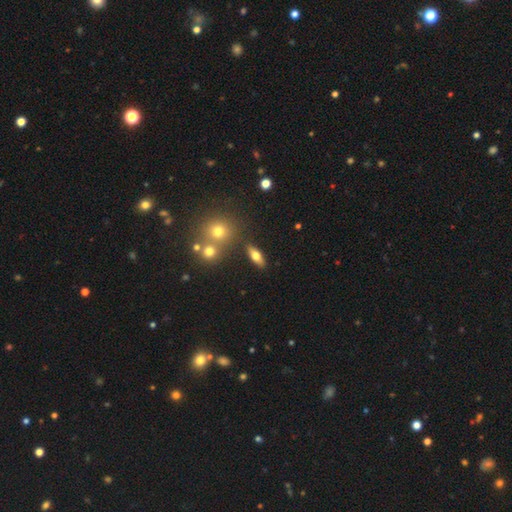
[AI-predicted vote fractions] This appears to be a smooth galaxy with no disk features (57%) that is in between round and cigar-shaped (65%). Merging: none (81%).